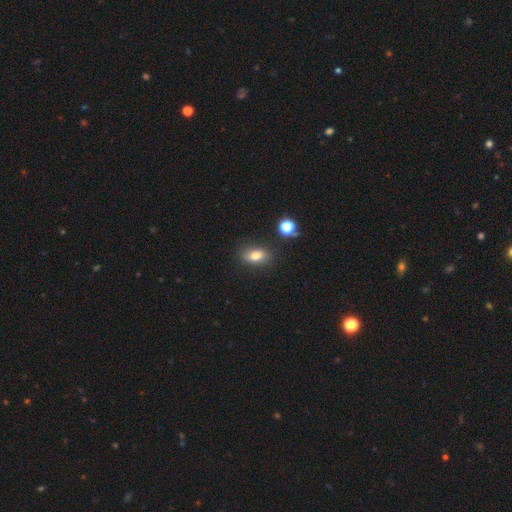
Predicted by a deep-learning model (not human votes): Smooth or featured?
  - smooth: 78% *
  - star or artifact: 11%
  - featured or disk: 11%
How rounded?
  - in between: 81% *
  - round: 15%
  - cigar-shaped: 4%
Merging?
  - none: 81% *
  - minor disturbance: 12%
  - major disturbance: 3%
  - merger: 3%